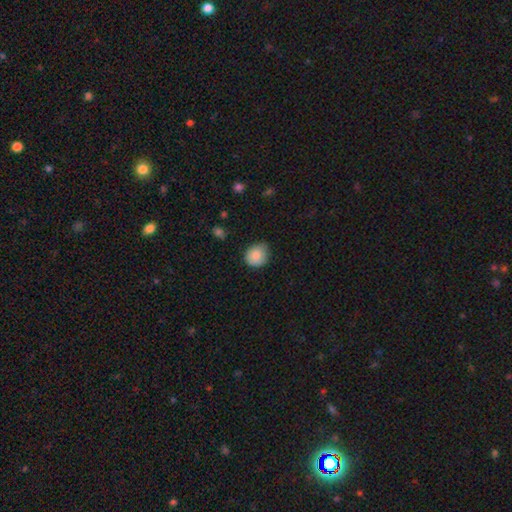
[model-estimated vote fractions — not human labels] smooth 86%, star or artifact 8%, featured or disk 6%. Down the decision tree: how rounded — round (75%); merging — none (67%).